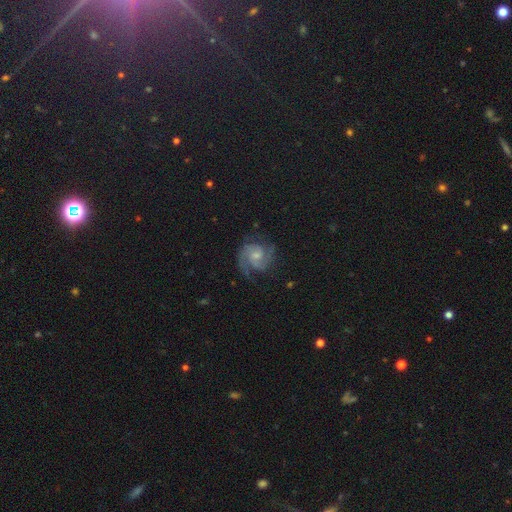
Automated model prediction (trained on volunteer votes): Smooth or featured? featured or disk (86%)
Edge-on disk? no (98%)
Bar? no (55%)
Spiral arms? yes (97%)
Spiral winding? medium (49%)
Spiral arm count? 2 (69%)
Bulge size? small (47%)
Merging? none (71%)